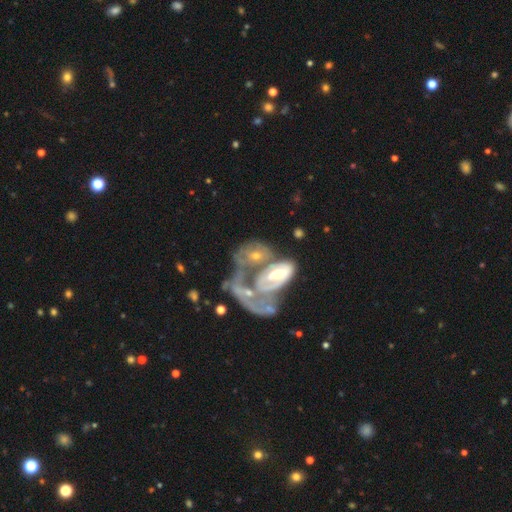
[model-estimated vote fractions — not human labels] Q: Smooth or featured?
A: featured or disk (65%); runner-up: smooth (27%)
Q: Edge-on disk?
A: no (92%); runner-up: yes (8%)
Q: Bar?
A: no (70%); runner-up: weak (20%)
Q: Spiral arms?
A: no (62%); runner-up: yes (38%)
Q: Bulge size?
A: moderate (61%); runner-up: small (24%)
Q: Merging?
A: merger (57%); runner-up: major disturbance (23%)